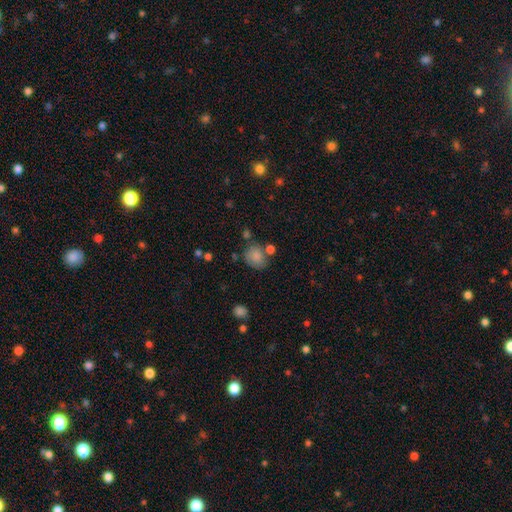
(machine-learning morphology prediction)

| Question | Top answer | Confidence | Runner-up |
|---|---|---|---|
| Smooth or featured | smooth | 82% | star or artifact (10%) |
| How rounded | round | 69% | in between (31%) |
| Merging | none | 64% | minor disturbance (17%) |